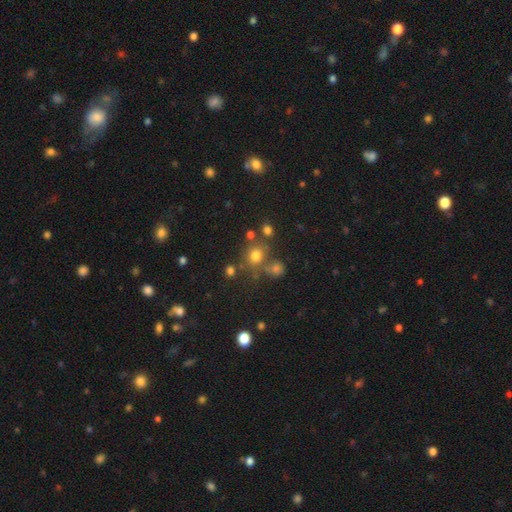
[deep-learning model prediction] Smooth or featured? smooth (49%)
Merging? none (61%)